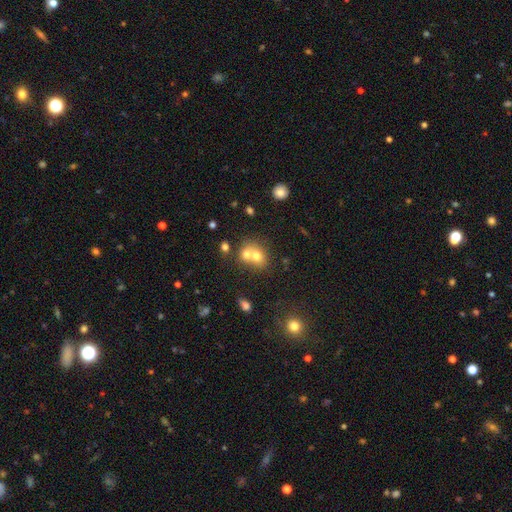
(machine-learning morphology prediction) Smooth or featured? Predicted: smooth (p=0.67). How rounded? Predicted: round (p=0.63). Merging? Predicted: merger (p=0.62).